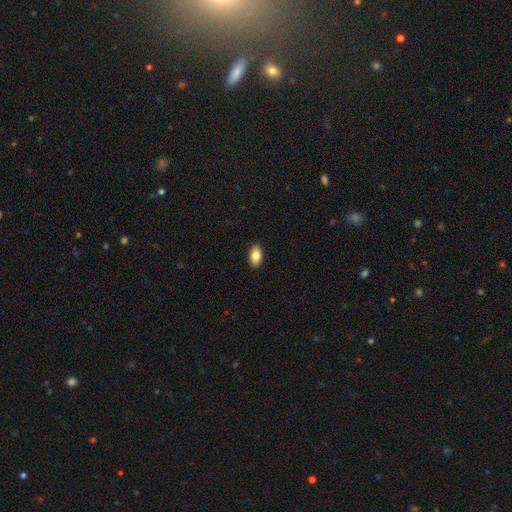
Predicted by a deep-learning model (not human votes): This is clearly a smooth galaxy (84%). How rounded: clearly in between (93%). Merging: clearly none (90%).